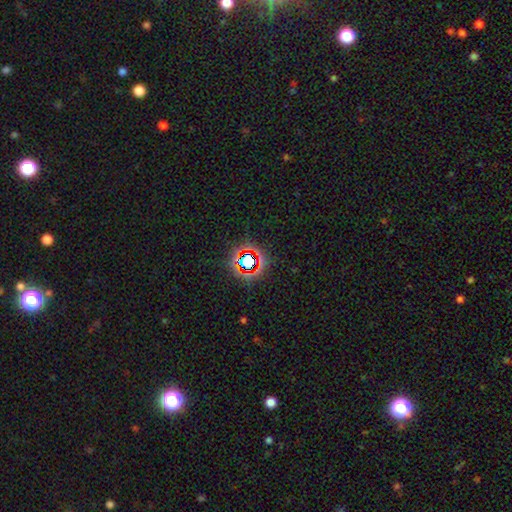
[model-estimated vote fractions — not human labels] smooth-or-featured: star or artifact: 73% | smooth: 15% | featured or disk: 12%